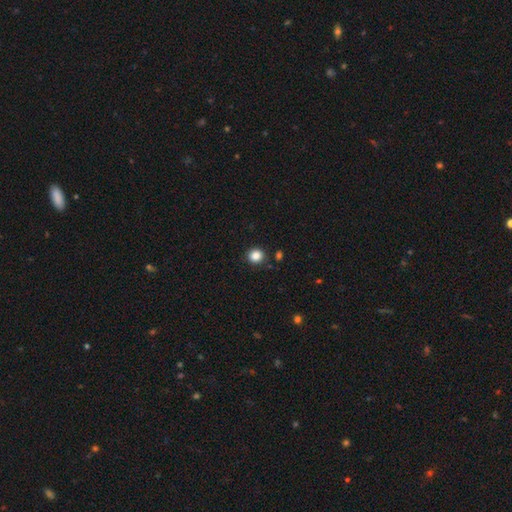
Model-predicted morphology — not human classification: Q: Smooth or featured?
A: smooth (85%); runner-up: star or artifact (11%)
Q: How rounded?
A: round (86%); runner-up: in between (13%)
Q: Merging?
A: none (89%); runner-up: minor disturbance (6%)